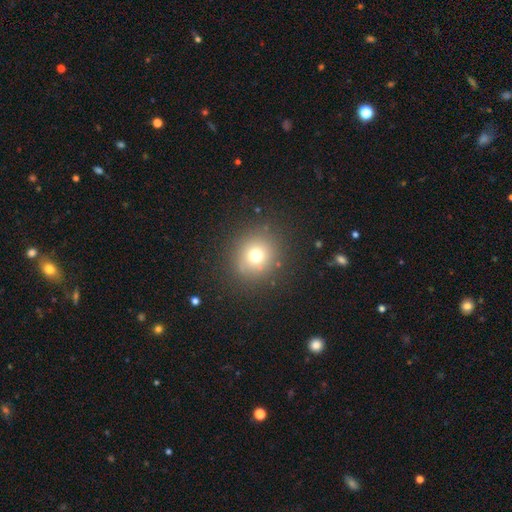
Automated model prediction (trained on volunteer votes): This is likely a smooth galaxy (70%). How rounded: clearly round (85%). Merging: clearly none (84%).